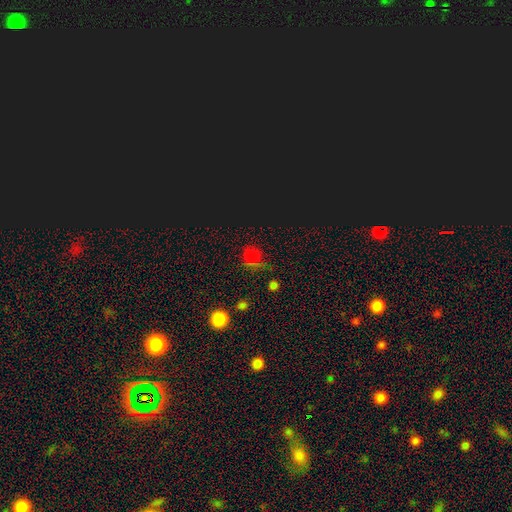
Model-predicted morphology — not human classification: This appears to be a star or artifact, not a galaxy (51%).